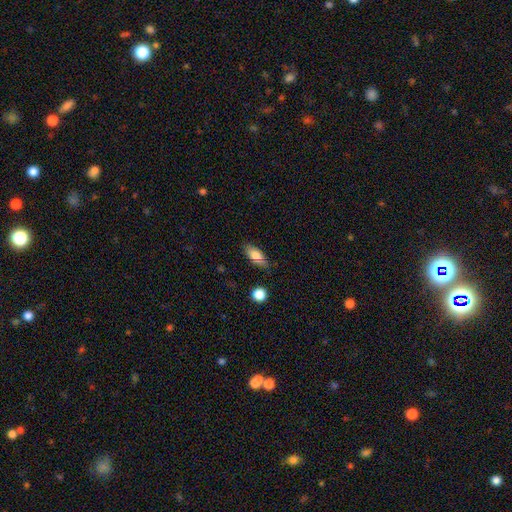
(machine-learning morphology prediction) Smooth or featured?
  - smooth: 78% *
  - featured or disk: 14%
  - star or artifact: 8%
How rounded?
  - in between: 77% *
  - cigar-shaped: 20%
  - round: 4%
Merging?
  - none: 76% *
  - minor disturbance: 18%
  - major disturbance: 4%
  - merger: 3%